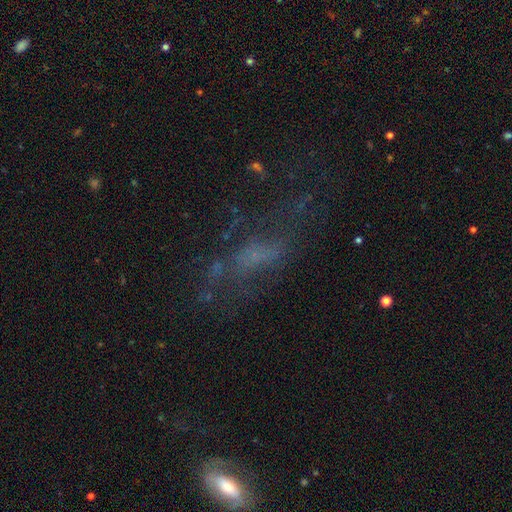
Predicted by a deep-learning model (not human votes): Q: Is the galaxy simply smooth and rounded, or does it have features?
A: featured or disk — 45%.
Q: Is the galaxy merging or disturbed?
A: none — 45%.